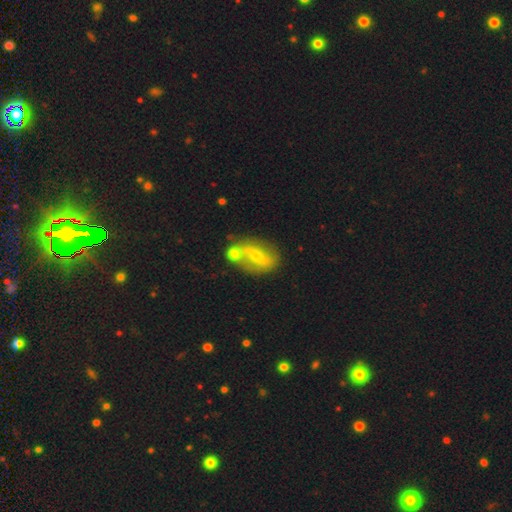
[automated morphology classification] Overall: featured or disk (67%). Edge-on disk: no (93%). Bar: strong (36%; weak 35%). Spiral arms: yes (76%). Bulge size: small (63%; moderate 32%). Merging: none (57%; merger 22%).